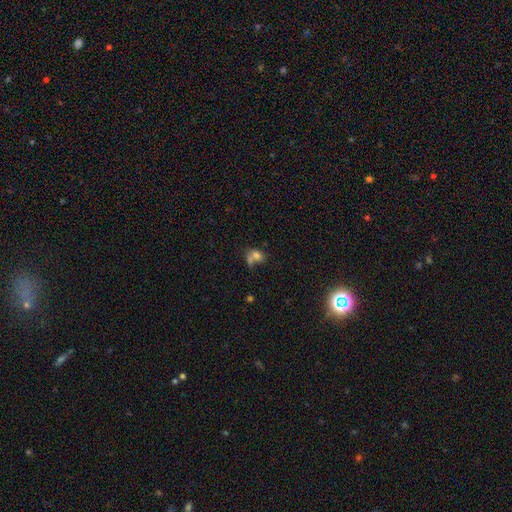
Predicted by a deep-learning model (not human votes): Smooth or featured? Predicted: smooth (p=0.71). How rounded? Predicted: in between (p=0.66). Merging? Predicted: merger (p=0.45).